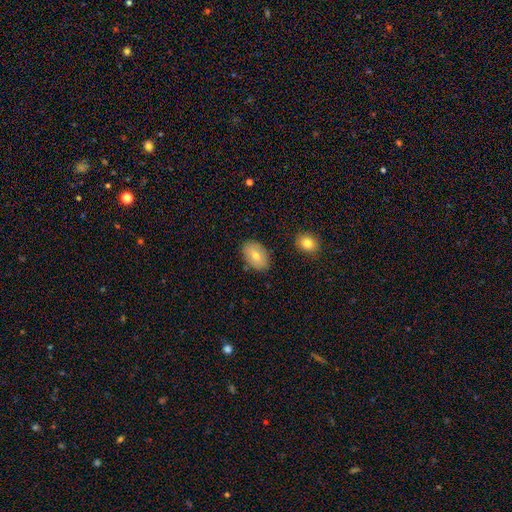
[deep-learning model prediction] Morphology: type=smooth (72%); roundness=in between (88%); merging=none (85%).